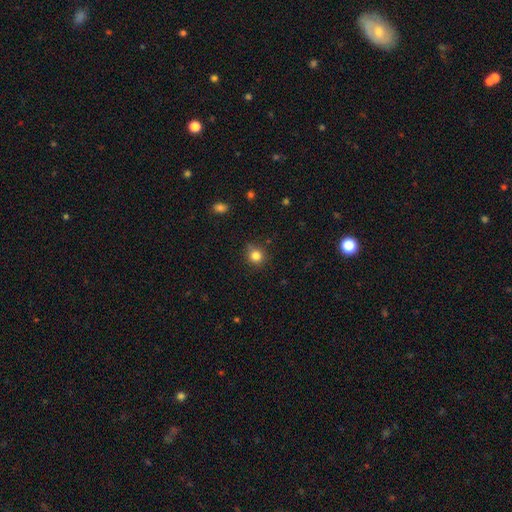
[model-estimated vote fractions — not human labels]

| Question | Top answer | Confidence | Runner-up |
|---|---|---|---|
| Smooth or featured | smooth | 83% | star or artifact (12%) |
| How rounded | round | 88% | in between (11%) |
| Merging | none | 81% | minor disturbance (14%) |